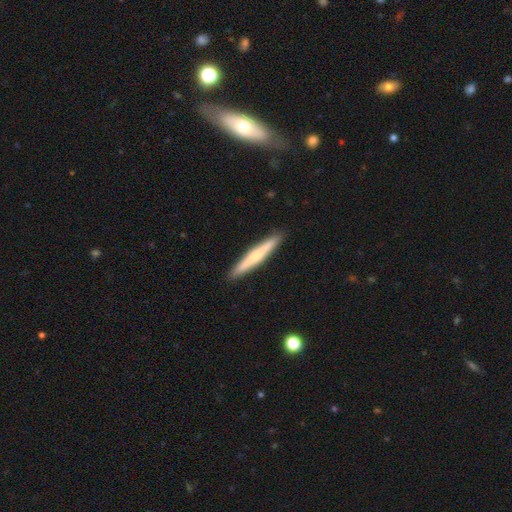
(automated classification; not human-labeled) The model was most divided on "smooth or featured": smooth: 53%, featured or disk: 41%, star or artifact: 5%. More confident: how rounded — cigar-shaped (96%); merging — none (92%).